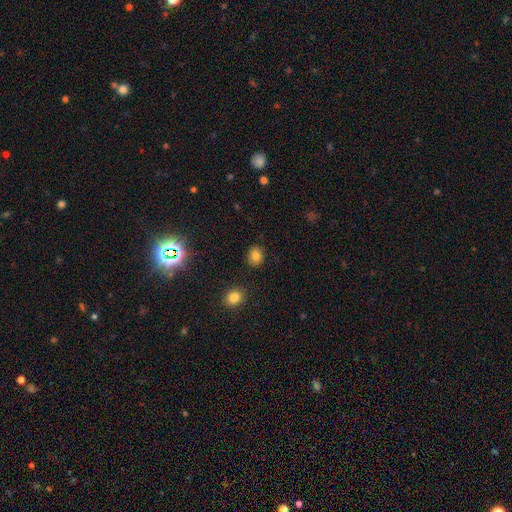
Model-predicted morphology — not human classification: A smooth galaxy with no disk features (81%) that is round (62%). Merging: none (88%).